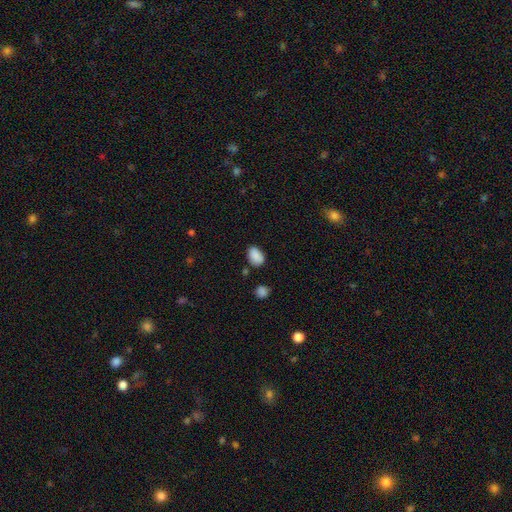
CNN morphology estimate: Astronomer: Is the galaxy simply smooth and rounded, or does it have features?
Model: smooth — 88%.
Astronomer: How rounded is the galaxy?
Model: in between — 85%.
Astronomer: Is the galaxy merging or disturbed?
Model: none — 74%.